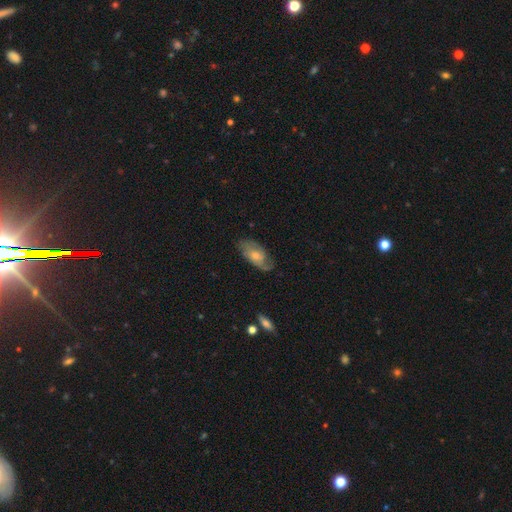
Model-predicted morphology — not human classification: featured or disk 58%, smooth 35%, star or artifact 6%. Down the decision tree: edge-on disk — no (92%); bar — no (72%); spiral arms — yes (83%); bulge size — moderate (46%); merging — none (66%).